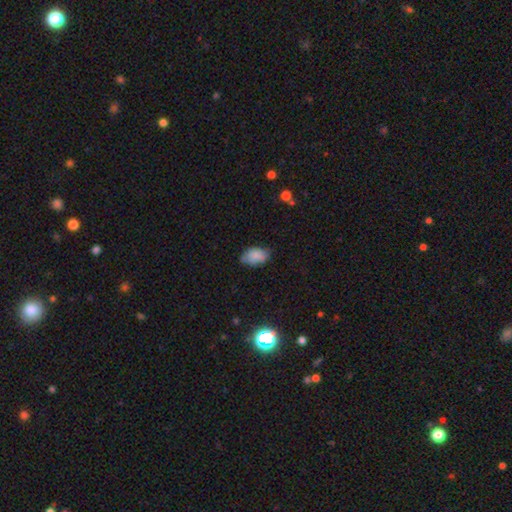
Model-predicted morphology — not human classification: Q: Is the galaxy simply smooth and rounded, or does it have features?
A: smooth — 78%.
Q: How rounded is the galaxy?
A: in between — 89%.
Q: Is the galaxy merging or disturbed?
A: none — 60%.